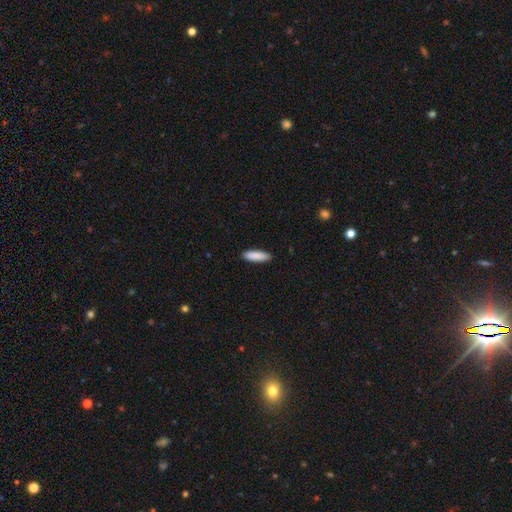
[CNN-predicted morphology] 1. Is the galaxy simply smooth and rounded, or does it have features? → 89% smooth, 6% star or artifact, 5% featured or disk.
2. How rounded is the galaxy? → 57% cigar-shaped, 42% in between, 2% round.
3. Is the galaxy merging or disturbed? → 89% none, 8% minor disturbance, 2% major disturbance, 1% merger.